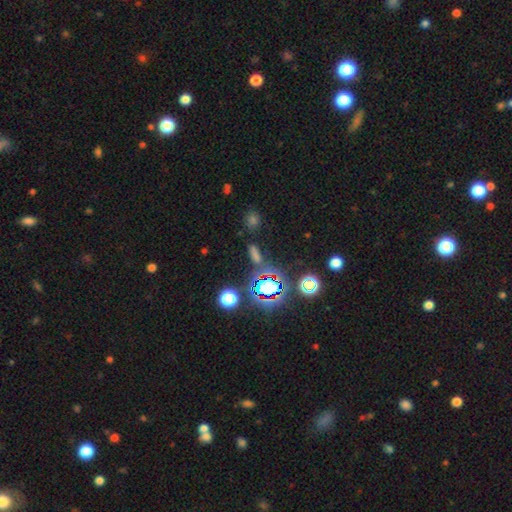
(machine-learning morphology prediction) Smooth or featured?
  - star or artifact: 45% *
  - smooth: 44%
  - featured or disk: 11%